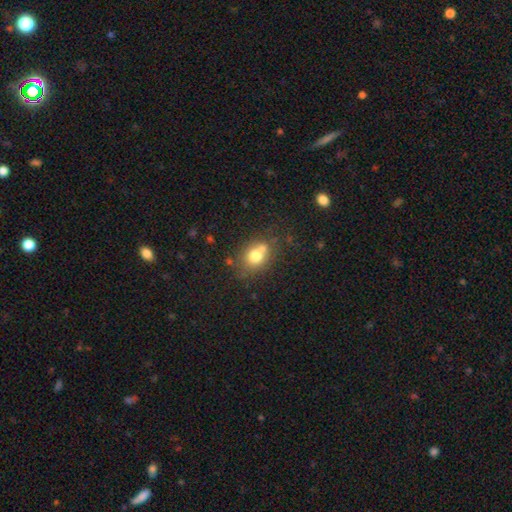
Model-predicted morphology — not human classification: Q: Smooth or featured?
A: smooth (73%); runner-up: featured or disk (15%)
Q: How rounded?
A: round (58%); runner-up: in between (41%)
Q: Merging?
A: none (53%); runner-up: merger (26%)